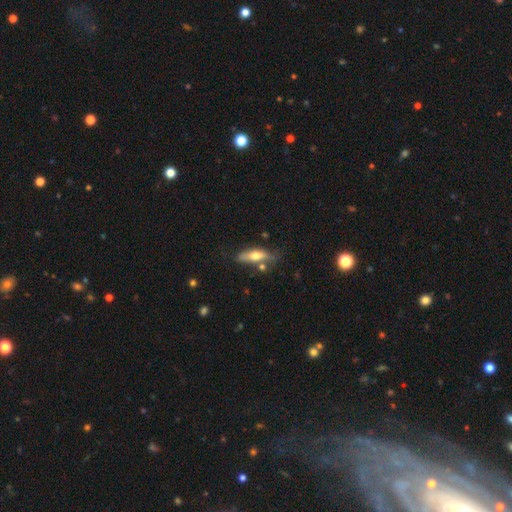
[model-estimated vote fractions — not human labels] Smooth or featured?
  - smooth: 59% *
  - featured or disk: 34%
  - star or artifact: 6%
How rounded?
  - in between: 50% *
  - cigar-shaped: 48%
  - round: 3%
Merging?
  - none: 62% *
  - minor disturbance: 21%
  - merger: 11%
  - major disturbance: 6%